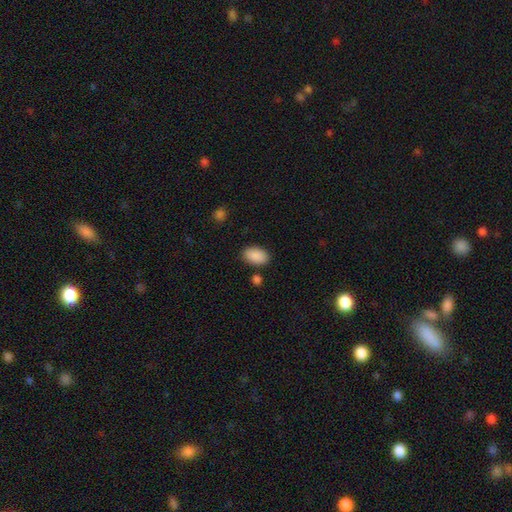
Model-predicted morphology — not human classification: Smooth or featured?
  - smooth: 90% *
  - star or artifact: 7%
  - featured or disk: 3%
How rounded?
  - in between: 93% *
  - round: 6%
  - cigar-shaped: 1%
Merging?
  - none: 84% *
  - minor disturbance: 10%
  - merger: 3%
  - major disturbance: 3%